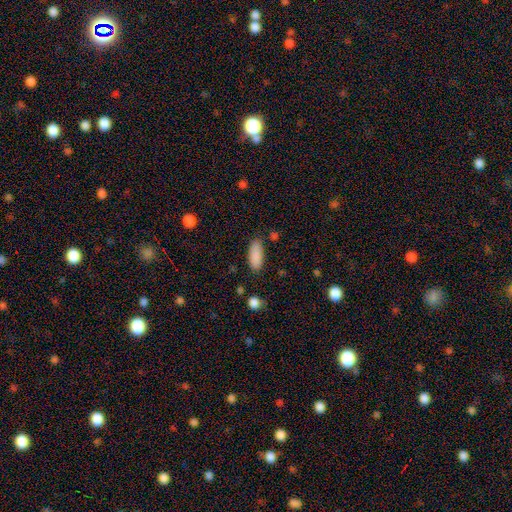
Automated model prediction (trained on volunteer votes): Q: Smooth or featured?
A: smooth (88%); runner-up: star or artifact (7%)
Q: How rounded?
A: in between (80%); runner-up: cigar-shaped (18%)
Q: Merging?
A: none (81%); runner-up: minor disturbance (13%)